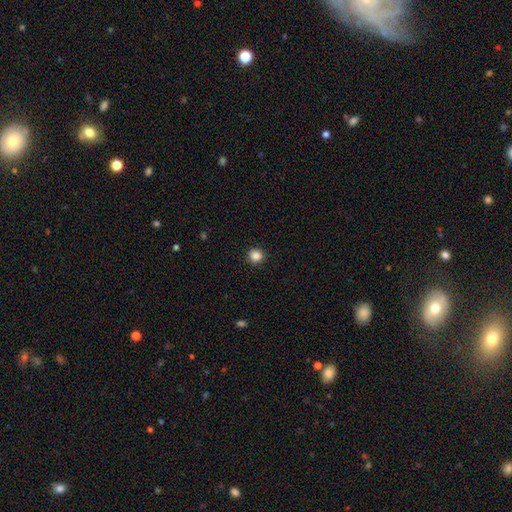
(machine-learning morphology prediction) type=smooth (86%); roundness=round (93%); merging=none (92%).